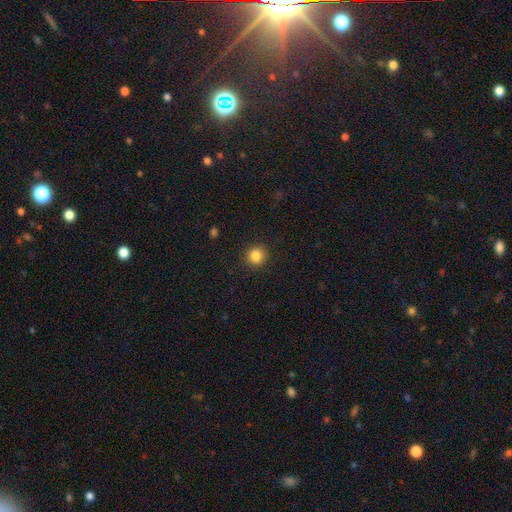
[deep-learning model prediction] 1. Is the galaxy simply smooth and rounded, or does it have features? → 85% smooth, 11% star or artifact, 4% featured or disk.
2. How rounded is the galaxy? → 89% round, 10% in between, 1% cigar-shaped.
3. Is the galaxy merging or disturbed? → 91% none, 6% minor disturbance, 2% major disturbance, 1% merger.